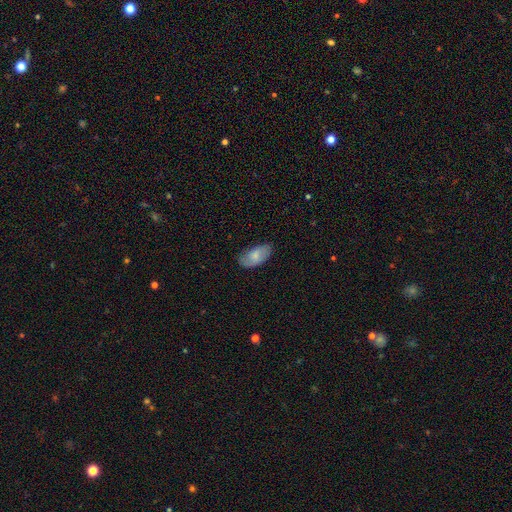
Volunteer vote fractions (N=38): Overall: smooth (89%). How rounded: in between (91%). Merging: none (73%).